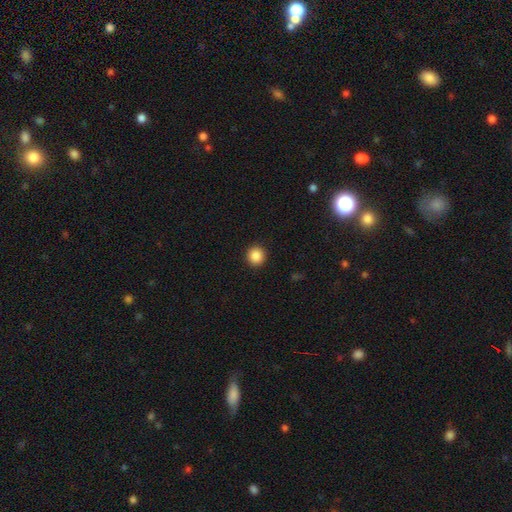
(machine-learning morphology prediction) Overall: smooth (87%). How rounded: round (95%). Merging: none (93%).